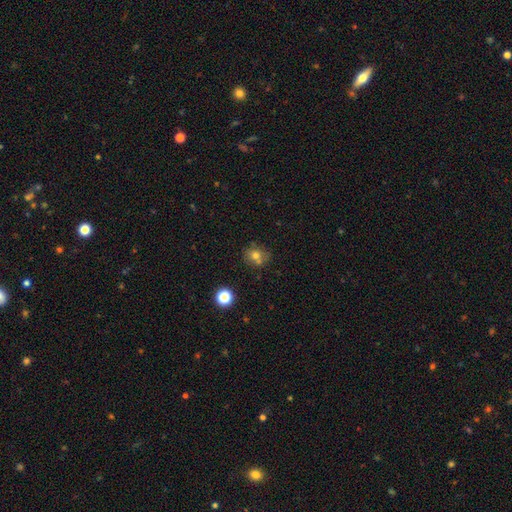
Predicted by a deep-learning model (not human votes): Smooth or featured: smooth — 69% (featured or disk — 16%)
How rounded: round — 69% (in between — 30%)
Merging: none — 58% (merger — 20%)